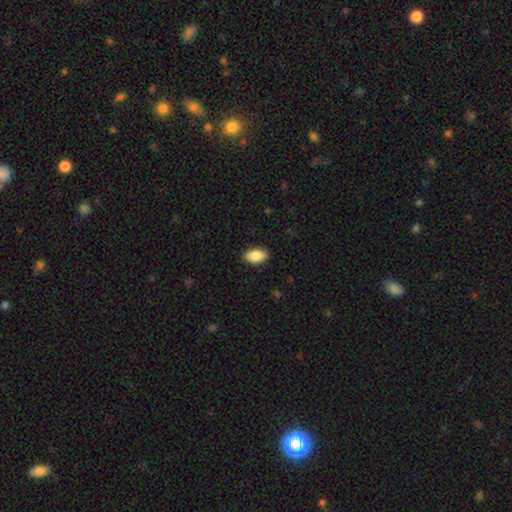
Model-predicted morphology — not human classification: smooth-or-featured: smooth: 87% | star or artifact: 7% | featured or disk: 6%
  how-rounded: in between: 93% | cigar-shaped: 4% | round: 3%
  merging: none: 89% | minor disturbance: 8% | major disturbance: 2% | merger: 1%